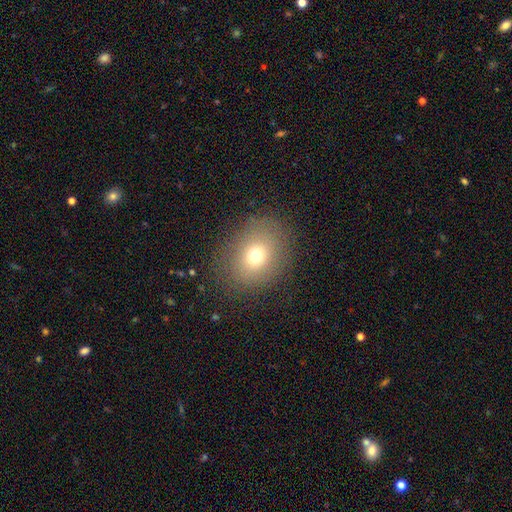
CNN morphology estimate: The model was most divided on "how rounded": round: 53%, in between: 46%, cigar-shaped: 1%. More confident: merging — none (83%); smooth or featured — smooth (70%).